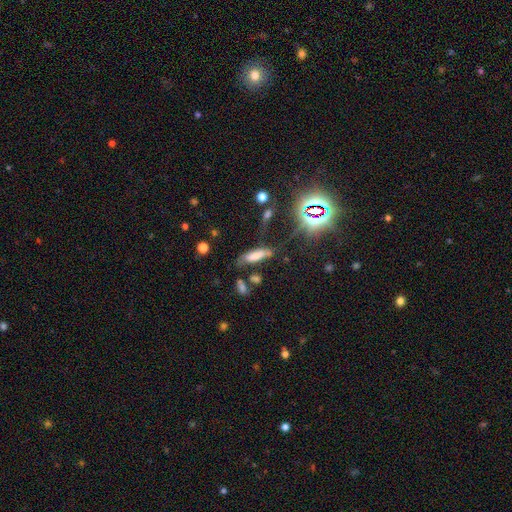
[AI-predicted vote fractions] The model was most divided on "how rounded": cigar-shaped: 50%, in between: 47%, round: 3%. More confident: smooth or featured — smooth (64%); merging — none (51%).